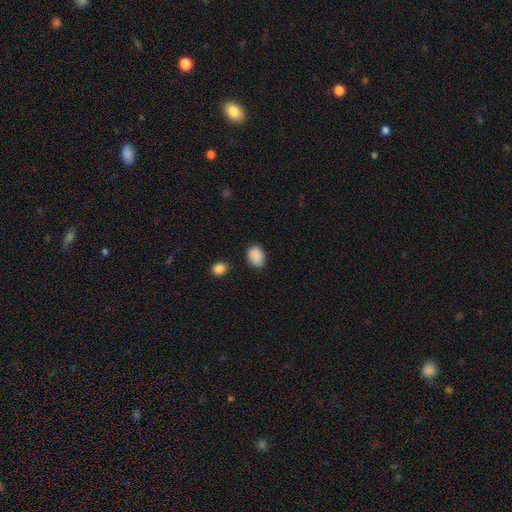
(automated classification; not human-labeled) Overall: smooth (89%). How rounded: in between (71%). Merging: none (80%).